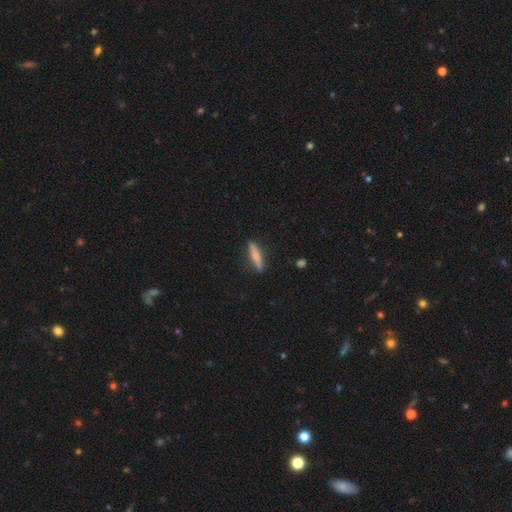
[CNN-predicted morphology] smooth_or_featured: smooth (p=0.73) [alt: featured or disk p=0.21]
how_rounded: cigar-shaped (p=0.86) [alt: in between p=0.12]
merging: none (p=0.88) [alt: minor disturbance p=0.09]